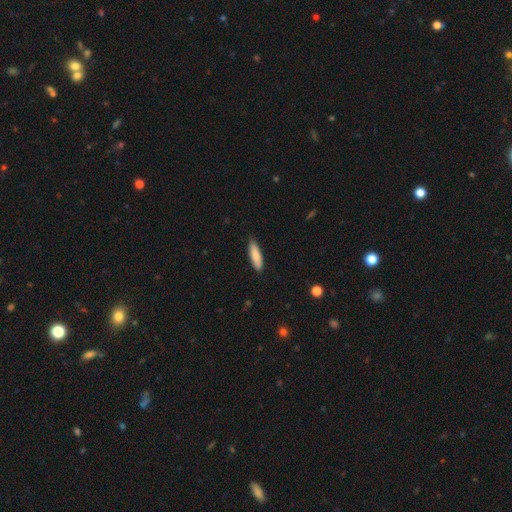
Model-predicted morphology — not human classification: Smooth or featured? smooth (81%)
How rounded? cigar-shaped (62%)
Merging? none (86%)